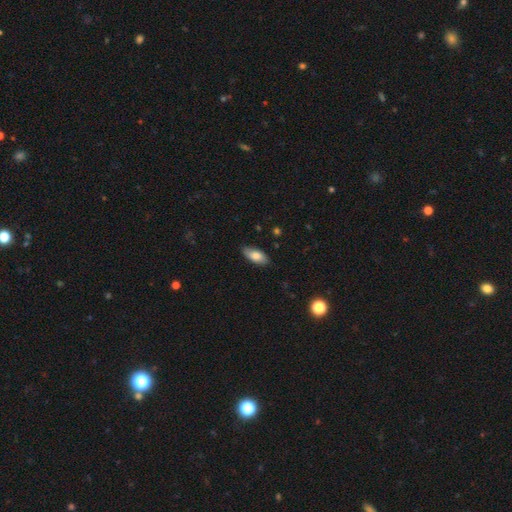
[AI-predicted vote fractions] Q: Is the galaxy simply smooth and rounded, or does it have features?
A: smooth — 80%.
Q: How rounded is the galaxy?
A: in between — 88%.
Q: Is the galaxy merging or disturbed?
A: none — 84%.